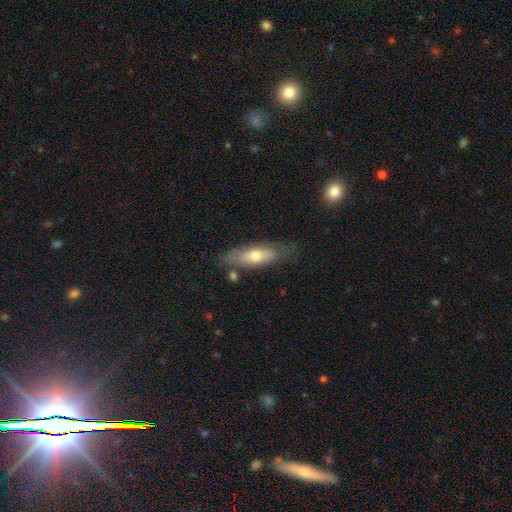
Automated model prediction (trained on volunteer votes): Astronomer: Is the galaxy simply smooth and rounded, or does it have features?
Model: smooth — 57% (runner-up: featured or disk, 37%).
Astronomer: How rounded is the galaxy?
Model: in between — 55% (runner-up: cigar-shaped, 42%).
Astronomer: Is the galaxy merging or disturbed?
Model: none — 70%.